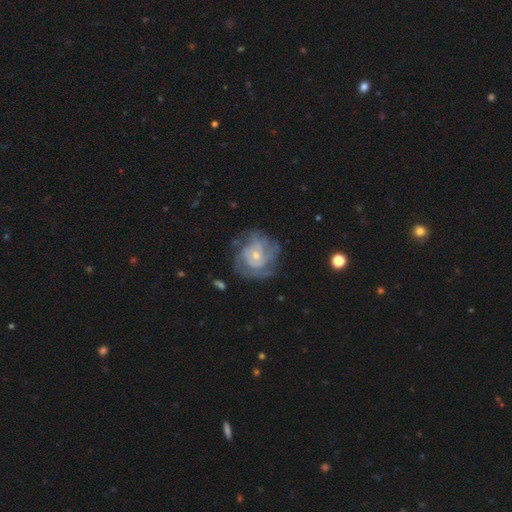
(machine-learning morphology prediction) Smooth or featured? featured or disk (77%)
Edge-on disk? no (98%)
Bar? no (73%)
Spiral arms? yes (86%)
Spiral winding? tight (55%)
Spiral arm count? can't tell (41%)
Bulge size? small (67%)
Merging? none (64%)